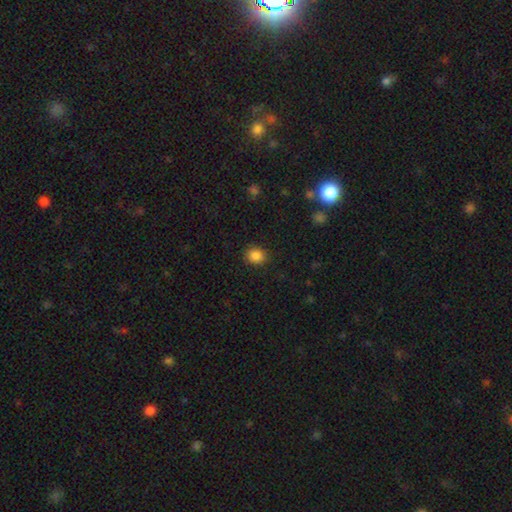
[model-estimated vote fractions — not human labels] A smooth galaxy with no disk features (86%) that is round (70%).

Vote fractions:
- Smooth or featured? smooth: 86% / star or artifact: 10% / featured or disk: 4%
- How rounded? round: 70% / in between: 29% / cigar-shaped: 1%
- Merging? none: 89% / minor disturbance: 8% / major disturbance: 2% / merger: 1%